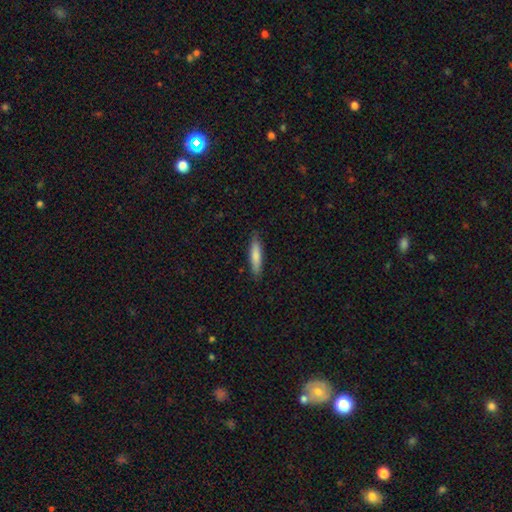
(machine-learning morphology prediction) smooth 79%, featured or disk 16%, star or artifact 5%. Down the decision tree: how rounded — cigar-shaped (81%); merging — none (87%).